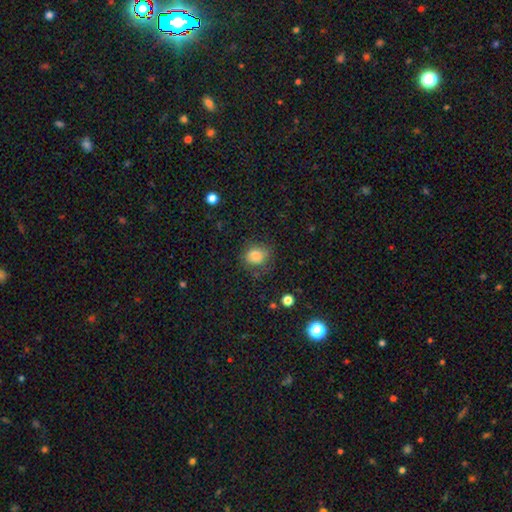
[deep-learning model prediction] A smooth galaxy with no disk features (82%) that is round (60%). Merging: none (67%).